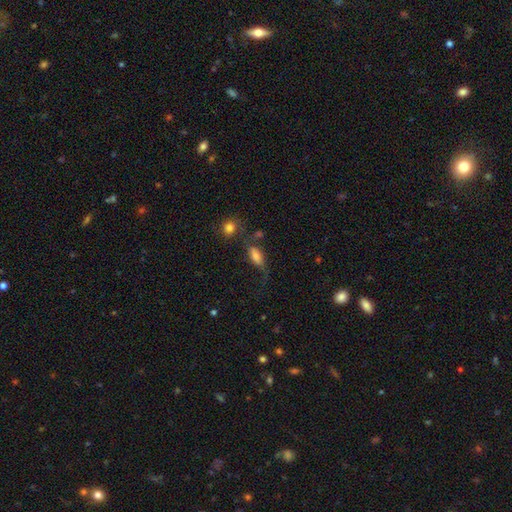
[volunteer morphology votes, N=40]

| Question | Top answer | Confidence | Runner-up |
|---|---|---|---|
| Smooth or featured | smooth | 88% | featured or disk (12%) |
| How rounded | in between | 69% | cigar-shaped (31%) |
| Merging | none | 57% | minor disturbance (20%) |